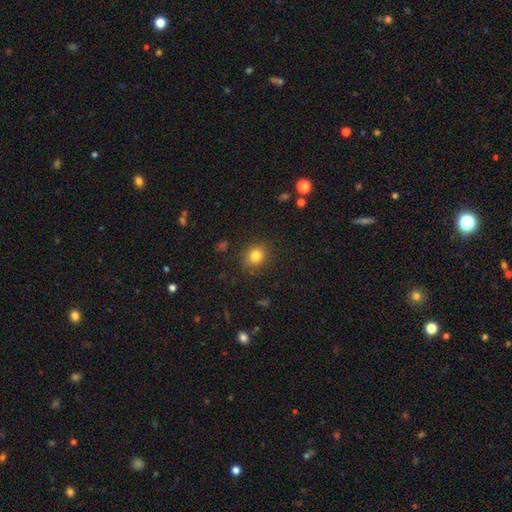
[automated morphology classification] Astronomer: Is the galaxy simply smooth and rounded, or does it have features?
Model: smooth — 82%.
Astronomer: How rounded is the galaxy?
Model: round — 70%.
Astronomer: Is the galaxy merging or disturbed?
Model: none — 86%.